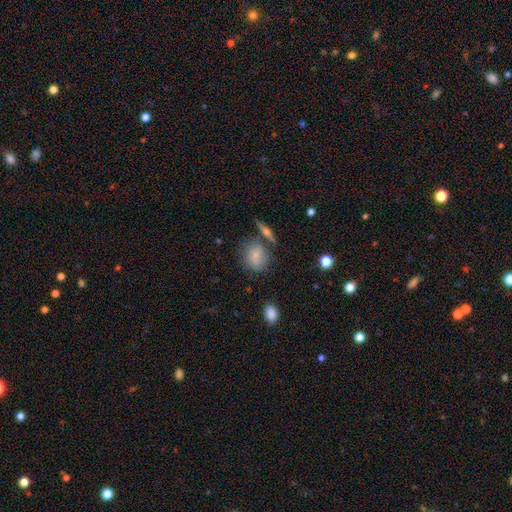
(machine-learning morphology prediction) smooth_or_featured: smooth (p=0.70) [alt: featured or disk p=0.20]
how_rounded: round (p=0.60) [alt: in between p=0.37]
merging: none (p=0.58) [alt: minor disturbance p=0.21]